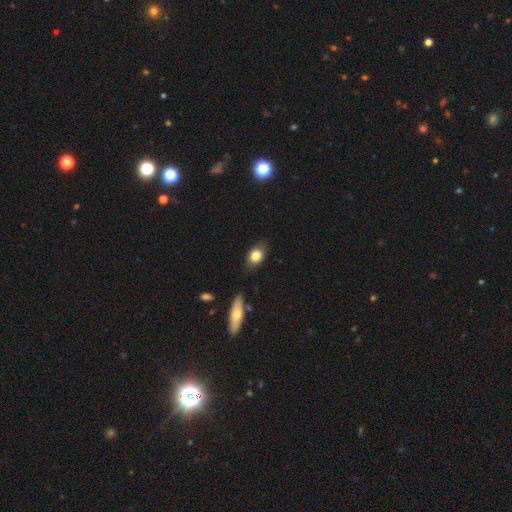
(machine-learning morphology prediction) smooth_or_featured: smooth (p=0.80) [alt: featured or disk p=0.12]
how_rounded: in between (p=0.70) [alt: round p=0.28]
merging: none (p=0.78) [alt: minor disturbance p=0.17]